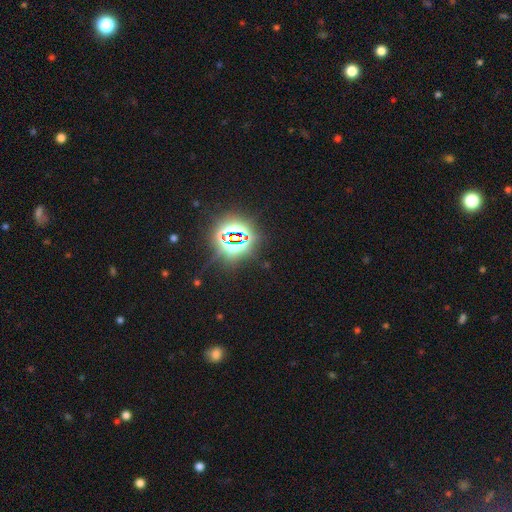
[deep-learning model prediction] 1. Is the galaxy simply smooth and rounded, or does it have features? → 80% star or artifact, 12% smooth, 8% featured or disk.